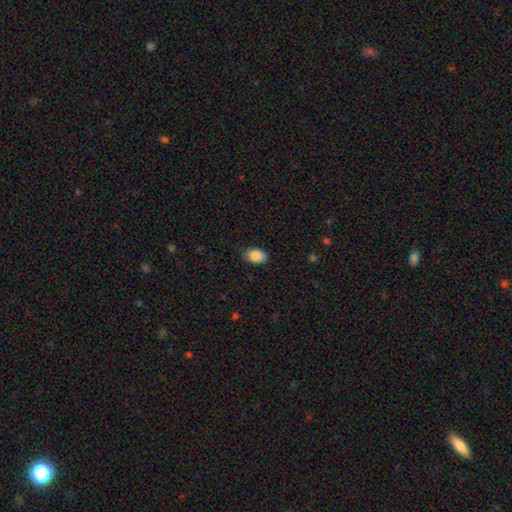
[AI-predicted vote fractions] This is clearly a smooth galaxy (88%). How rounded: clearly in between (85%). Merging: likely none (71%).